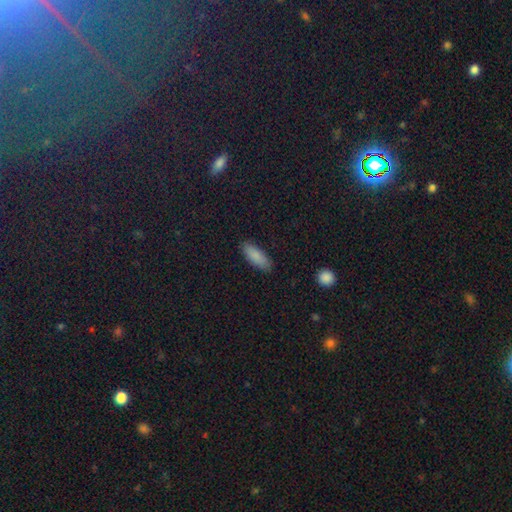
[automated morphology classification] Q: Smooth or featured?
A: smooth (87%); runner-up: featured or disk (7%)
Q: How rounded?
A: in between (73%); runner-up: cigar-shaped (26%)
Q: Merging?
A: none (85%); runner-up: minor disturbance (11%)